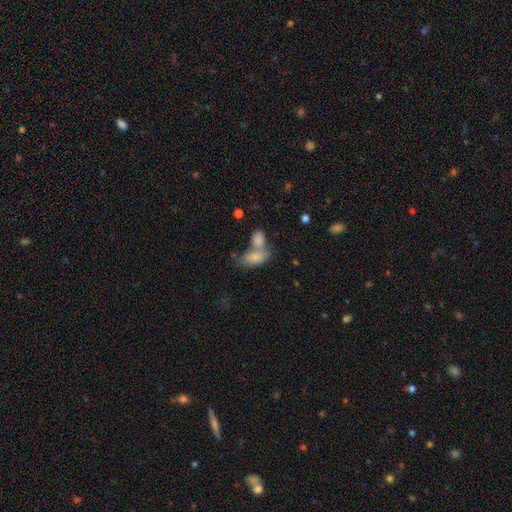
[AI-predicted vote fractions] A smooth galaxy with no disk features (81%) that is in between round and cigar-shaped (90%). Merging: merger (58%).